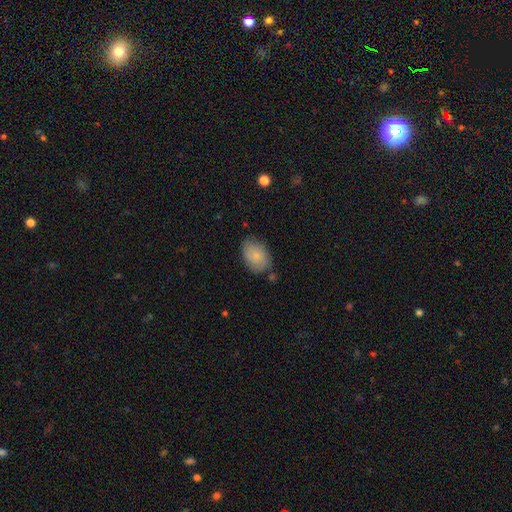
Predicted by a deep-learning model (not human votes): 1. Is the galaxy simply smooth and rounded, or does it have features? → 75% smooth, 18% featured or disk, 7% star or artifact.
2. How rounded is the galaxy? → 83% in between, 16% round, 1% cigar-shaped.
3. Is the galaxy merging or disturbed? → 70% none, 22% minor disturbance, 5% major disturbance, 3% merger.